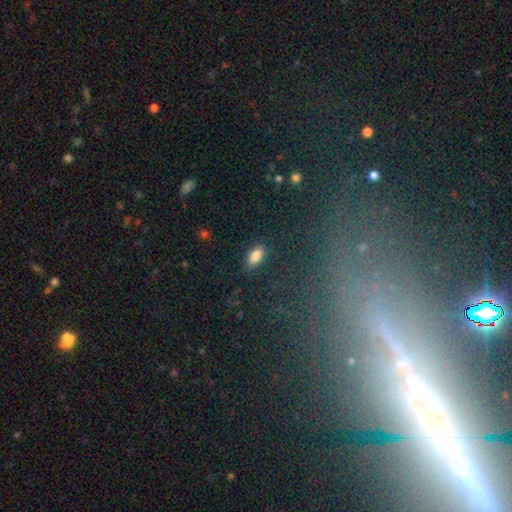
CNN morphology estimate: smooth_or_featured: smooth (p=0.85) [alt: star or artifact p=0.09]
how_rounded: in between (p=0.89) [alt: cigar-shaped p=0.08]
merging: none (p=0.86) [alt: minor disturbance p=0.10]